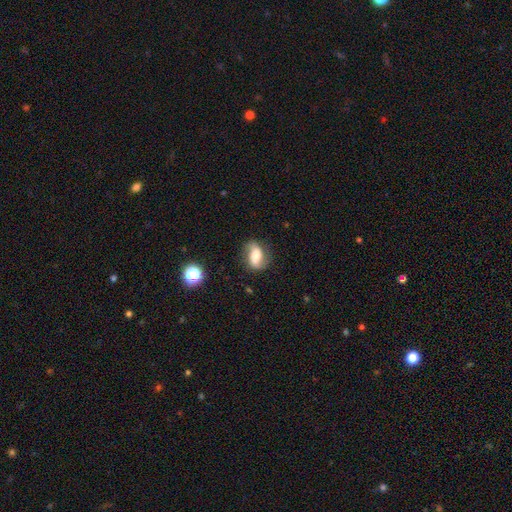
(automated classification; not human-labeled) Overall: featured or disk (51%; smooth 39%). Edge-on disk: no (91%). Merging: none (75%).